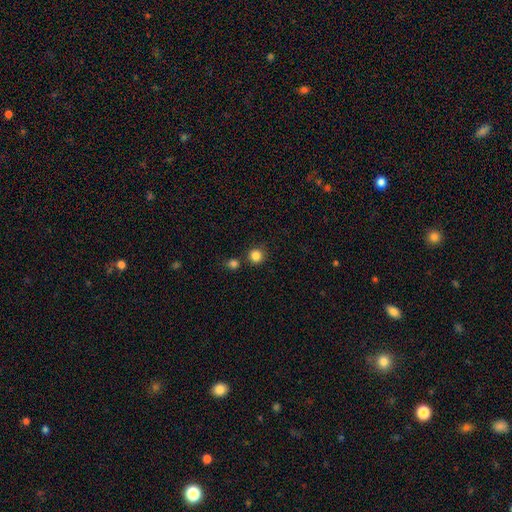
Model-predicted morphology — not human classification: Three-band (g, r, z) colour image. It shows a smooth galaxy with no disk features (84%) that is round (93%). Merging: none (79%).